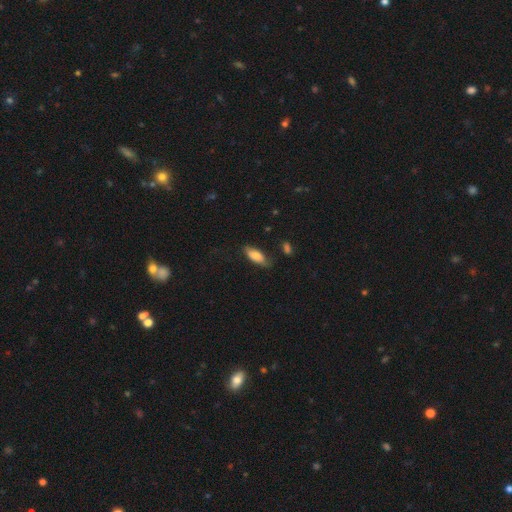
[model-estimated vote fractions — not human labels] A smooth galaxy with no disk features (79%) that is in between round and cigar-shaped (79%).

Vote fractions:
- Smooth or featured? smooth: 79% / featured or disk: 14% / star or artifact: 7%
- How rounded? in between: 79% / cigar-shaped: 19% / round: 2%
- Merging? none: 61% / minor disturbance: 28% / major disturbance: 8% / merger: 3%